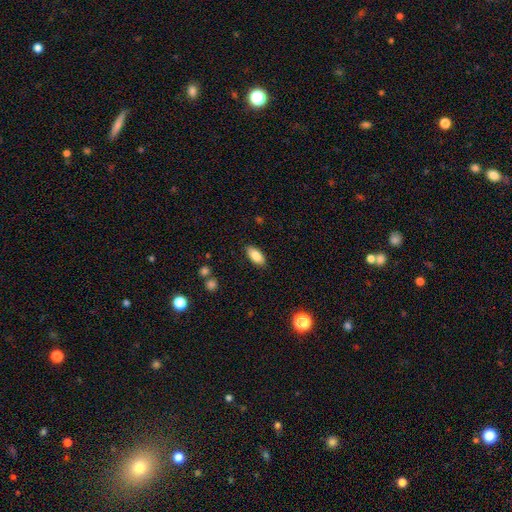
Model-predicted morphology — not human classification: This is clearly a smooth galaxy (84%). How rounded: clearly in between (89%). Merging: clearly none (87%).